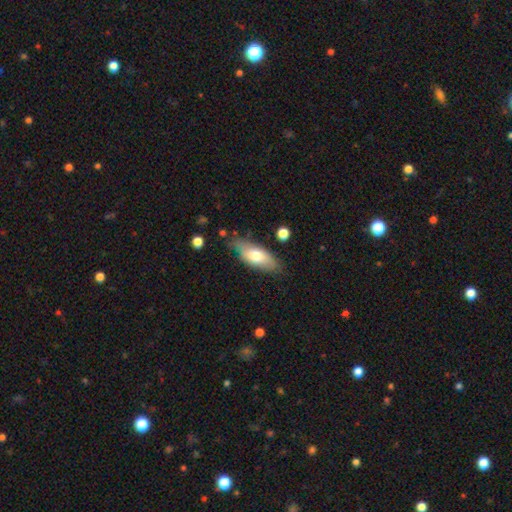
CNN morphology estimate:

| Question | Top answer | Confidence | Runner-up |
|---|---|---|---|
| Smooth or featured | smooth | 66% | featured or disk (28%) |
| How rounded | in between | 74% | cigar-shaped (23%) |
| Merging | none | 74% | minor disturbance (19%) |